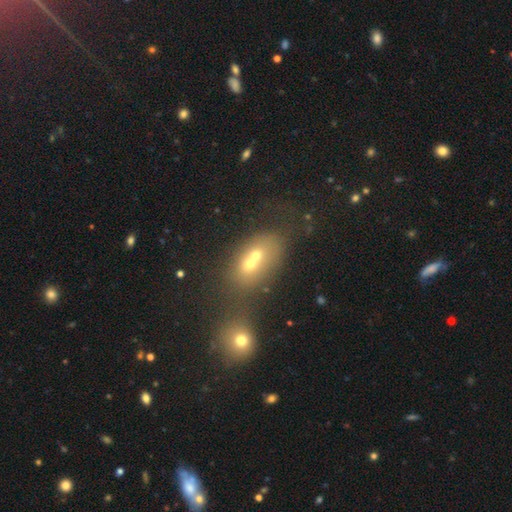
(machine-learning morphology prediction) A smooth galaxy with no disk features (54%) that is in between round and cigar-shaped (65%).

Vote fractions:
- Smooth or featured? smooth: 54% / featured or disk: 30% / star or artifact: 16%
- How rounded? in between: 65% / round: 32% / cigar-shaped: 3%
- Merging? merger: 66% / none: 21% / minor disturbance: 7% / major disturbance: 6%